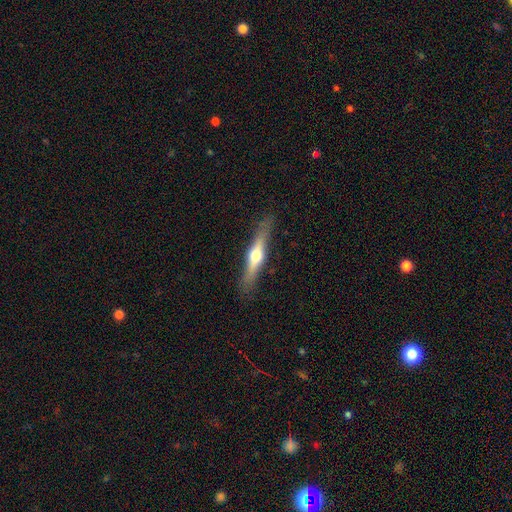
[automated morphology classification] A featured or disk galaxy (64%) viewed edge-on (96%) with a rounded central bulge (94%). Merging: none (85%).